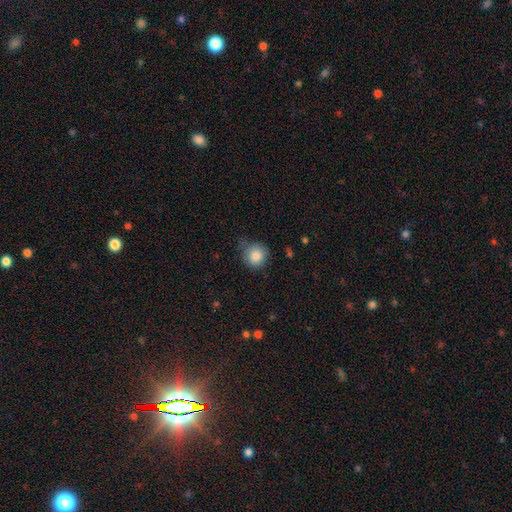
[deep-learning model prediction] Smooth or featured: smooth — 85% (star or artifact — 9%)
How rounded: round — 89% (in between — 10%)
Merging: none — 64% (minor disturbance — 28%)